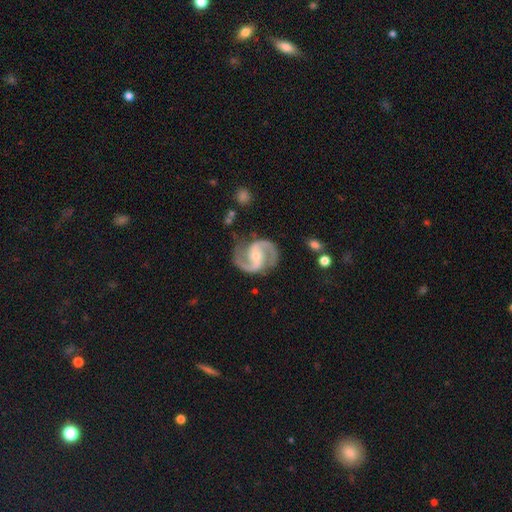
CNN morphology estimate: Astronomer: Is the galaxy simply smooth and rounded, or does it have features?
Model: featured or disk — 93%.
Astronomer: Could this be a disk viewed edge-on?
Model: no — 98%.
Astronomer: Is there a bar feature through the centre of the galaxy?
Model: weak — 40% (runner-up: no, 37%).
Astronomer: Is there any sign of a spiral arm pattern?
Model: yes — 98%.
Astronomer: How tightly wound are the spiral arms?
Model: medium — 66%.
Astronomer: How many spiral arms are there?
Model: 2 — 94%.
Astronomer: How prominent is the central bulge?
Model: small — 56% (runner-up: moderate, 40%).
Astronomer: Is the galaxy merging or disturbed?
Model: none — 80%.